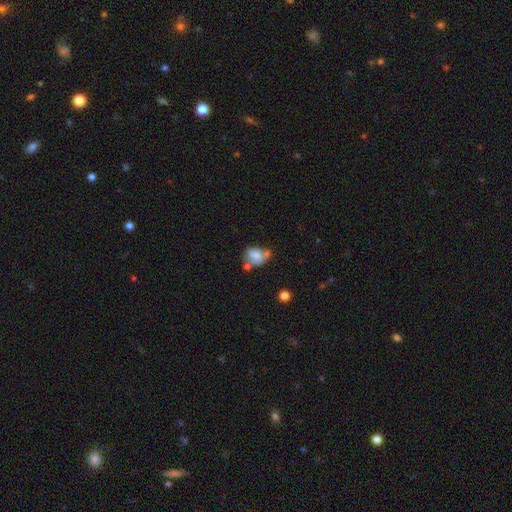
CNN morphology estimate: Q: Smooth or featured?
A: smooth (70%); runner-up: featured or disk (20%)
Q: How rounded?
A: in between (61%); runner-up: round (38%)
Q: Merging?
A: none (33%); runner-up: merger (31%)